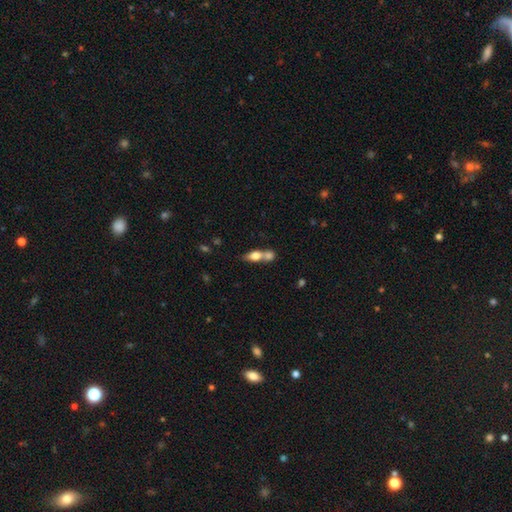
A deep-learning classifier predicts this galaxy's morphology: smooth 67%, featured or disk 25%, star or artifact 8%. Down the decision tree: how rounded — in between (64%); merging — merger (62%).